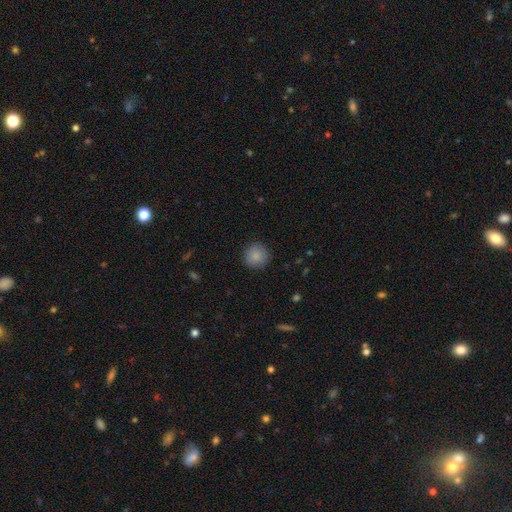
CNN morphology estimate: smooth-or-featured: smooth: 87% | star or artifact: 8% | featured or disk: 5%
  how-rounded: round: 94% | in between: 5% | cigar-shaped: 1%
  merging: none: 89% | minor disturbance: 8% | major disturbance: 2% | merger: 1%